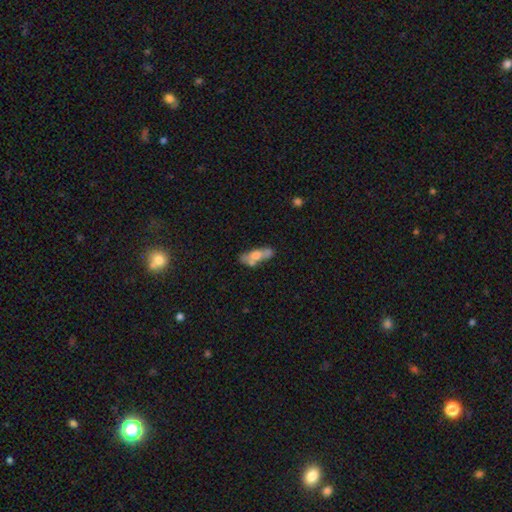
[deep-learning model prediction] Smooth or featured? smooth (54%)
How rounded? in between (60%)
Merging? none (52%)